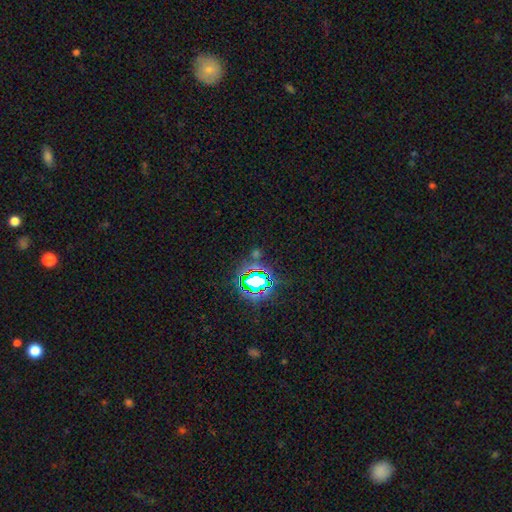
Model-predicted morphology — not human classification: A star or artifact, not a galaxy (77%).

Vote fractions:
- Smooth or featured? star or artifact: 77% / smooth: 15% / featured or disk: 8%